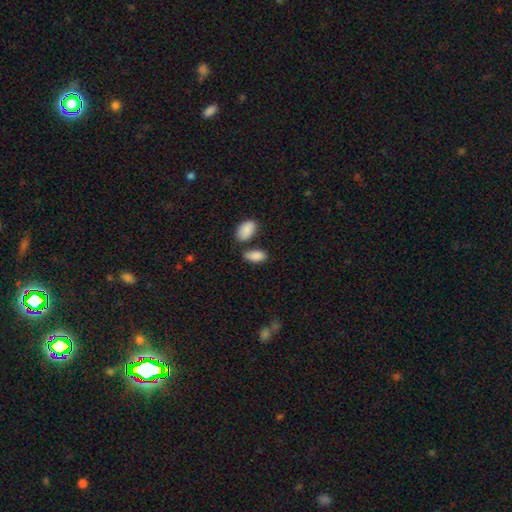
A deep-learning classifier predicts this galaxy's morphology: Smooth or featured?
  - smooth: 89% *
  - star or artifact: 7%
  - featured or disk: 5%
How rounded?
  - in between: 93% *
  - cigar-shaped: 4%
  - round: 3%
Merging?
  - none: 65% *
  - merger: 16%
  - minor disturbance: 14%
  - major disturbance: 4%